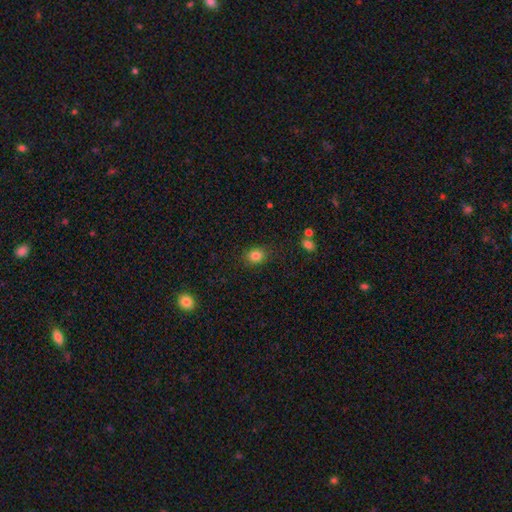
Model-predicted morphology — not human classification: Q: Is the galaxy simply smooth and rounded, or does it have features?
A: smooth — 83%.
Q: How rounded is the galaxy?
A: round — 62%.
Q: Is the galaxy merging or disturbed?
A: none — 86%.